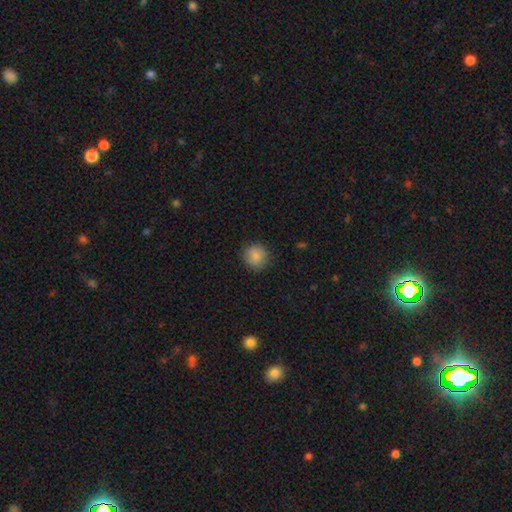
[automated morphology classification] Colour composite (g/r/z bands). It shows a smooth galaxy with no disk features (86%) that is round (91%). Merging: none (87%).